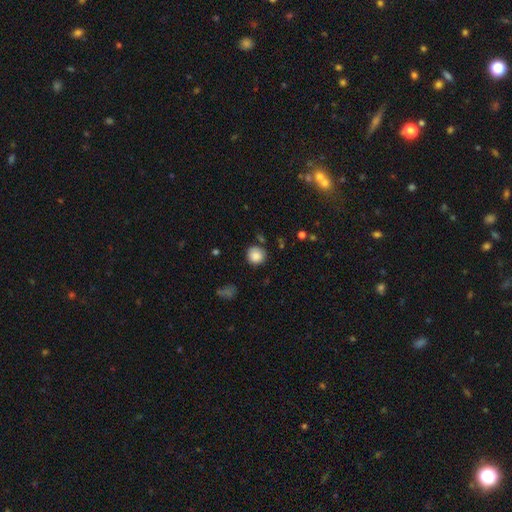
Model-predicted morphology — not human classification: smooth 85%, star or artifact 9%, featured or disk 6%. Down the decision tree: how rounded — round (91%); merging — none (79%).